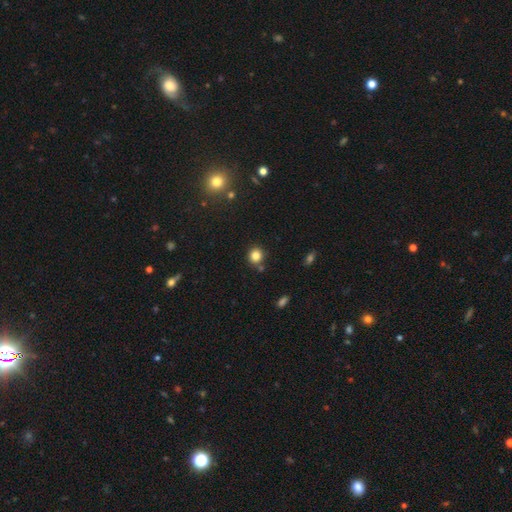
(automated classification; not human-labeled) Smooth or featured?
  - smooth: 82% *
  - star or artifact: 13%
  - featured or disk: 6%
How rounded?
  - round: 88% *
  - in between: 11%
  - cigar-shaped: 1%
Merging?
  - none: 79% *
  - minor disturbance: 10%
  - merger: 8%
  - major disturbance: 3%